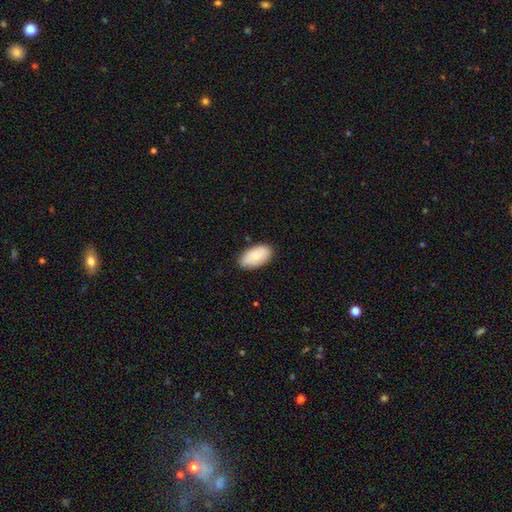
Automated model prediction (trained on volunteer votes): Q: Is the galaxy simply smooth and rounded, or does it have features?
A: smooth — 80%.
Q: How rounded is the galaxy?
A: in between — 95%.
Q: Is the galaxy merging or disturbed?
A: none — 82%.